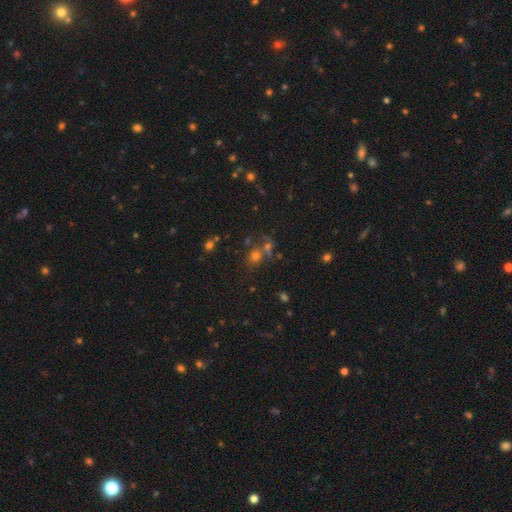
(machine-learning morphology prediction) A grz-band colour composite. It shows a smooth galaxy with no disk features (57%) that is round (75%). Merging: none (52%).